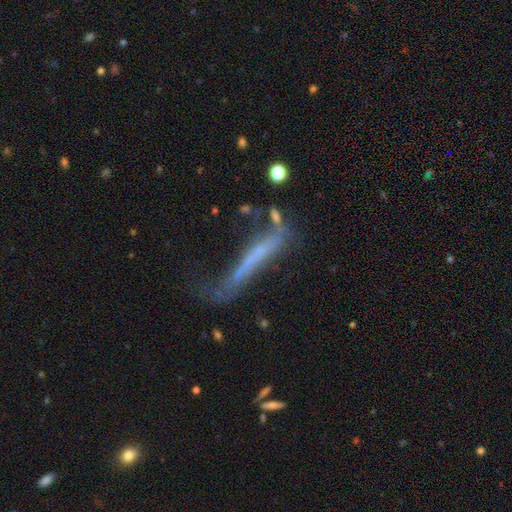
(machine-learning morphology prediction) Overall: featured or disk (53%; smooth 35%). Edge-on disk: yes (67%; no 33%). Merging: none (33%; major disturbance 30%).